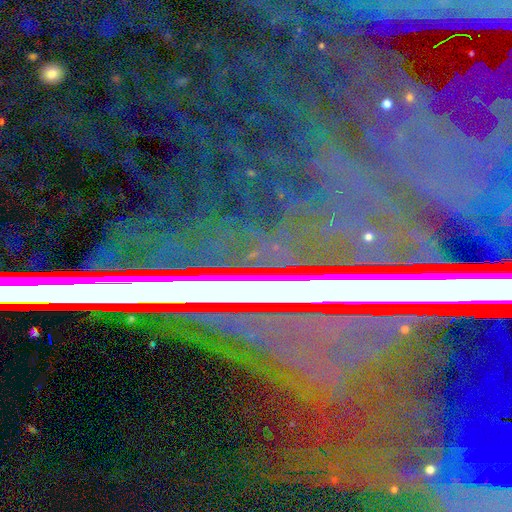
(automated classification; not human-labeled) Q: Smooth or featured?
A: star or artifact (76%); runner-up: featured or disk (16%)